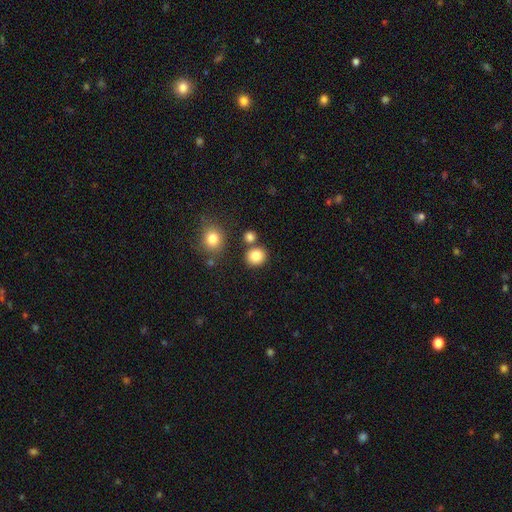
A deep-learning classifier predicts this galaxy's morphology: smooth_or_featured: smooth (p=0.84) [alt: star or artifact p=0.11]
how_rounded: round (p=0.80) [alt: in between p=0.19]
merging: none (p=0.79) [alt: merger p=0.10]